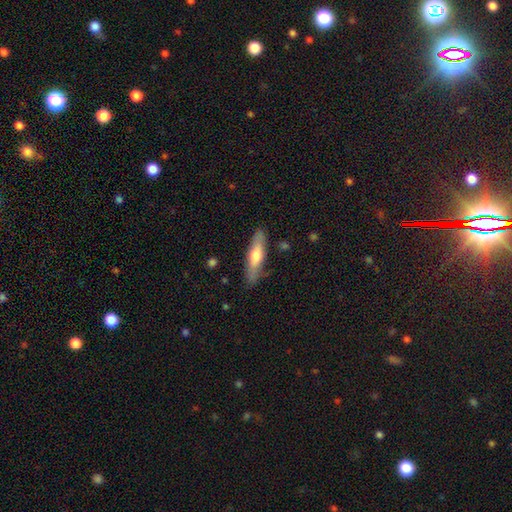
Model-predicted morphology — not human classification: smooth_or_featured: smooth (p=0.57) [alt: featured or disk p=0.37]
how_rounded: cigar-shaped (p=0.69) [alt: in between p=0.29]
merging: none (p=0.81) [alt: minor disturbance p=0.14]